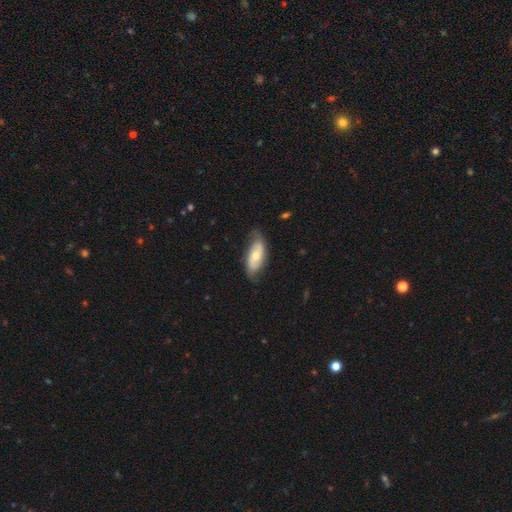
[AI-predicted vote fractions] featured or disk 50%, smooth 44%, star or artifact 6%. Down the decision tree: edge-on disk — no (87%); merging — none (70%).